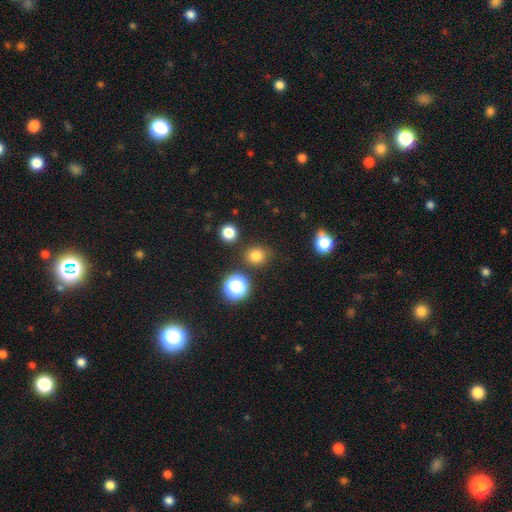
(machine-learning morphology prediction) Smooth or featured?
  - smooth: 77% *
  - star or artifact: 17%
  - featured or disk: 5%
How rounded?
  - round: 79% *
  - in between: 20%
  - cigar-shaped: 1%
Merging?
  - none: 81% *
  - minor disturbance: 11%
  - merger: 5%
  - major disturbance: 3%